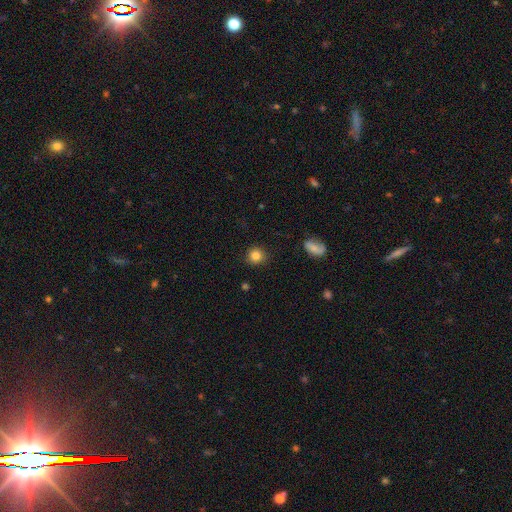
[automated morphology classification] smooth 84%, star or artifact 11%, featured or disk 5%. Down the decision tree: how rounded — round (91%); merging — none (90%).